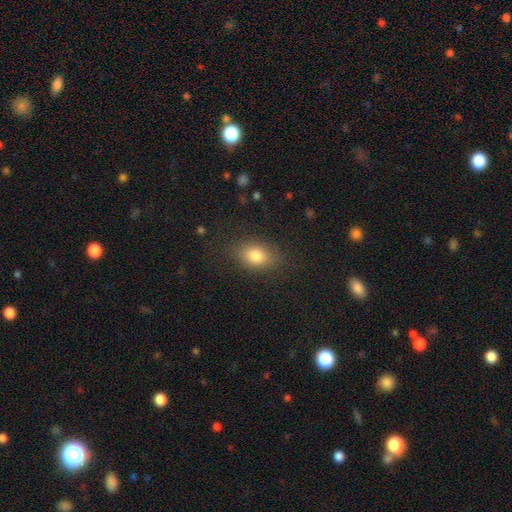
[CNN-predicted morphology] This is likely a smooth galaxy (80%). How rounded: likely in between (79%). Merging: clearly none (81%).